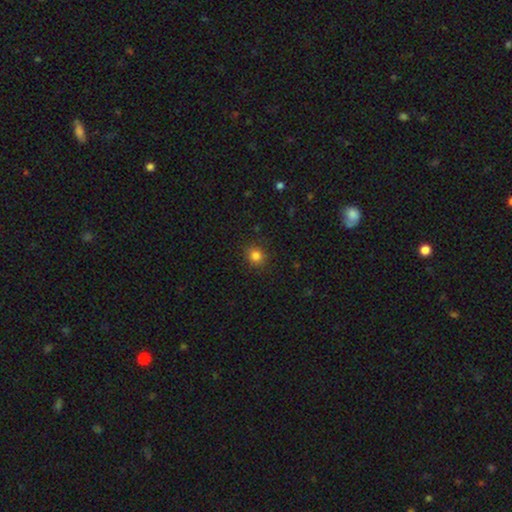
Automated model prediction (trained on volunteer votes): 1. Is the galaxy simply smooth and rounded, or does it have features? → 83% smooth, 12% star or artifact, 5% featured or disk.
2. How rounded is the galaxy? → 83% round, 16% in between, 1% cigar-shaped.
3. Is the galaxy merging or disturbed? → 89% none, 8% minor disturbance, 2% major disturbance, 1% merger.